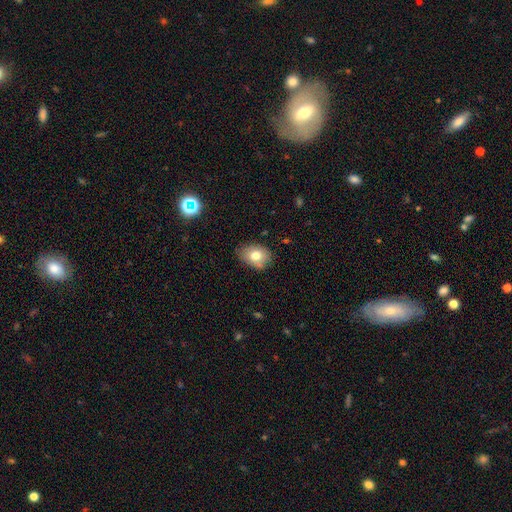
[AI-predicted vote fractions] Morphology: type=smooth (75%); roundness=in between (67%); merging=none (71%).